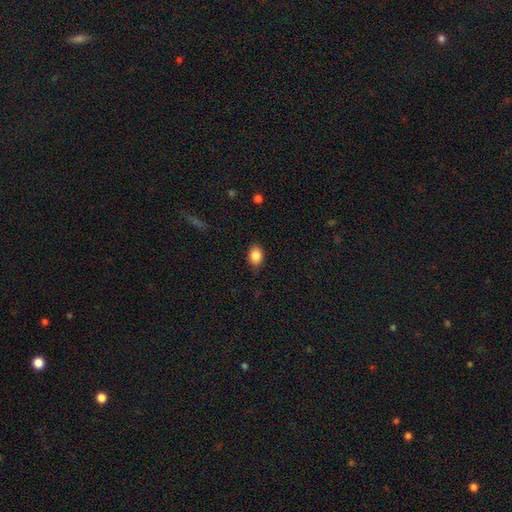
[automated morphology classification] Q: Smooth or featured?
A: smooth (85%); runner-up: star or artifact (9%)
Q: How rounded?
A: in between (66%); runner-up: round (32%)
Q: Merging?
A: none (81%); runner-up: minor disturbance (15%)